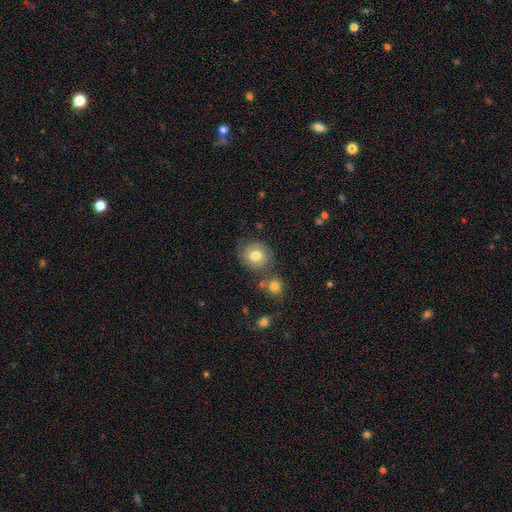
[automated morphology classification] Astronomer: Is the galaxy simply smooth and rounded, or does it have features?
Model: smooth — 68%.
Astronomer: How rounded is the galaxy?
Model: round — 83%.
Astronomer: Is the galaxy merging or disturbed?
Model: none — 70%.